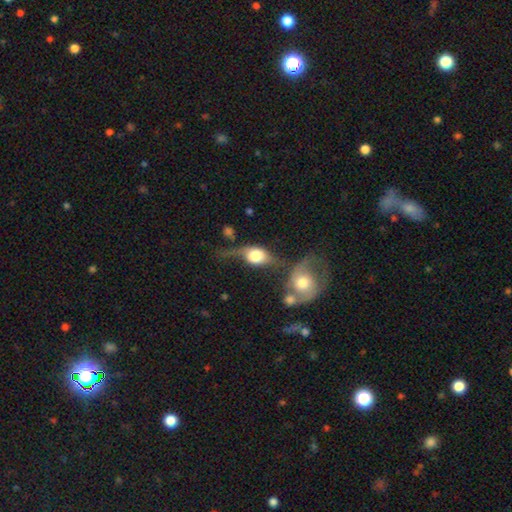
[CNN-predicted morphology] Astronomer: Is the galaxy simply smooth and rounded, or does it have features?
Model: smooth — 53% (runner-up: featured or disk, 39%).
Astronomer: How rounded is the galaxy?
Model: in between — 69%.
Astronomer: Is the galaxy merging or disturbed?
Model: major disturbance — 28%, tied with none at 28%.